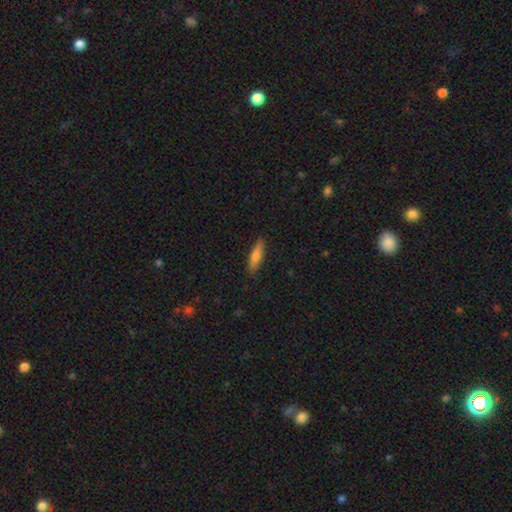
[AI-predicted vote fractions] This is likely a smooth galaxy (69%). How rounded: likely cigar-shaped (72%). Merging: clearly none (88%).